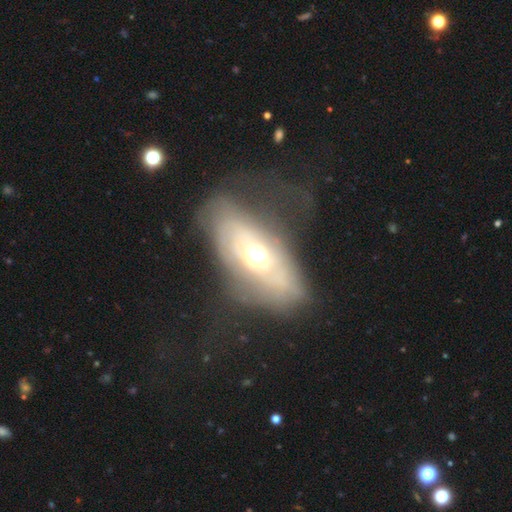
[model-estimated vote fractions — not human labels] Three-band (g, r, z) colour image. It shows a featured or disk galaxy (64%) with no bar (82%), no spiral arms (58%) and a moderate central bulge (69%). Merging: none (40%).